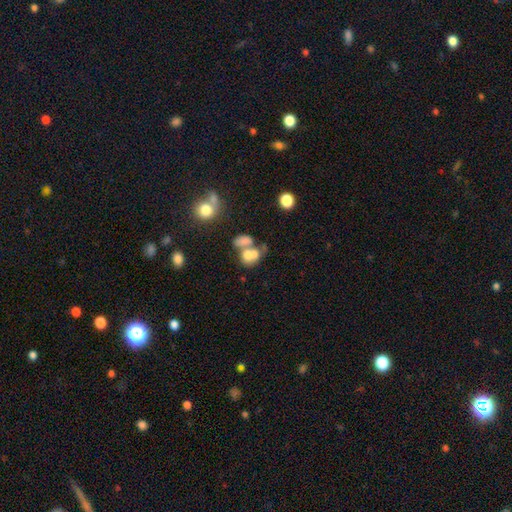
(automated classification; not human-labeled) Morphology: type=smooth (42%); merging=none (50%).